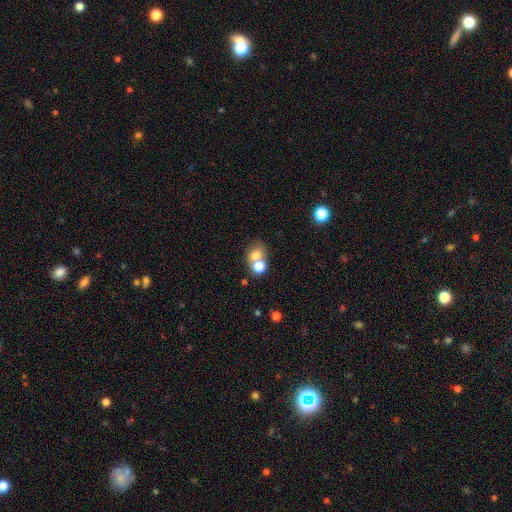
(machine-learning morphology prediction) A smooth galaxy with no disk features (73%) that is round (56%).

Vote fractions:
- Smooth or featured? smooth: 73% / featured or disk: 16% / star or artifact: 12%
- How rounded? round: 56% / in between: 43% / cigar-shaped: 1%
- Merging? merger: 53% / none: 34% / minor disturbance: 9% / major disturbance: 5%